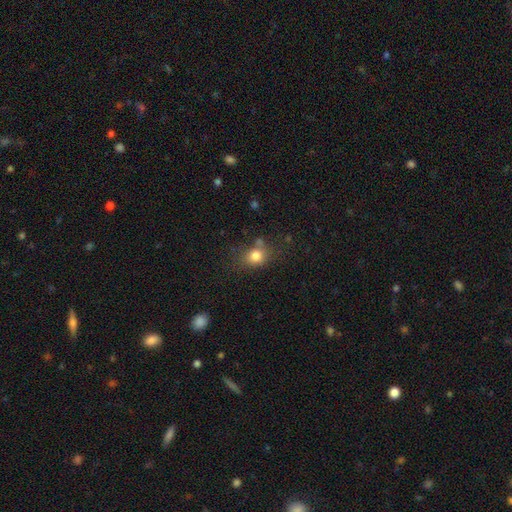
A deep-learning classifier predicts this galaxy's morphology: smooth 79%, star or artifact 12%, featured or disk 9%. Down the decision tree: how rounded — round (58%); merging — none (63%).